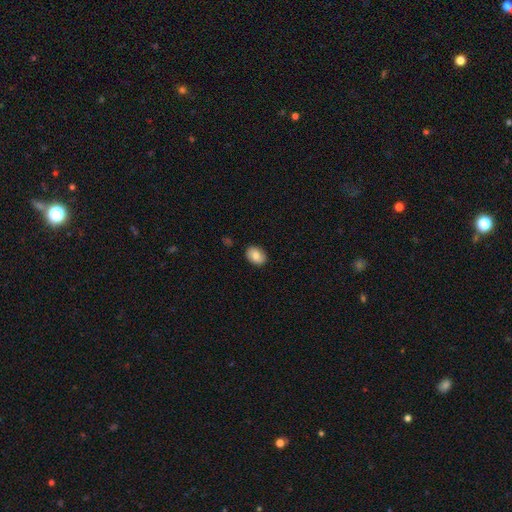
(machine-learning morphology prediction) type=smooth (84%); roundness=in between (72%); merging=none (88%).